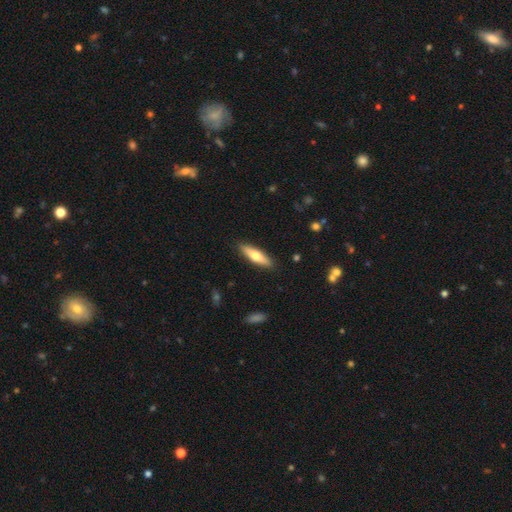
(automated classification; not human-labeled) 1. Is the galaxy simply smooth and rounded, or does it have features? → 61% smooth, 34% featured or disk, 5% star or artifact.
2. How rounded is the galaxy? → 66% cigar-shaped, 32% in between, 2% round.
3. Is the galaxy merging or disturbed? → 89% none, 8% minor disturbance, 2% major disturbance, 1% merger.